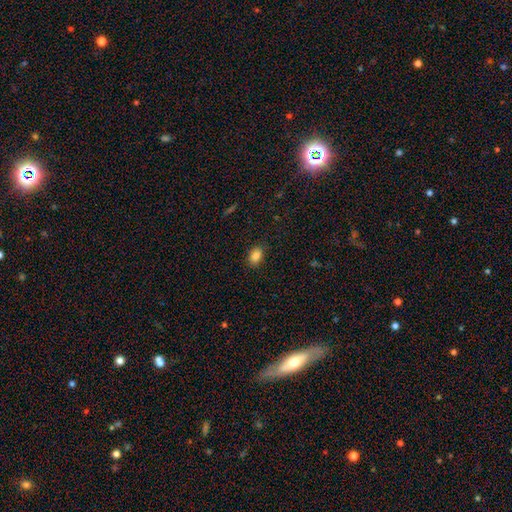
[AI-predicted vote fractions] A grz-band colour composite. It shows a smooth galaxy with no disk features (86%) that is in between round and cigar-shaped (81%). Merging: none (85%).